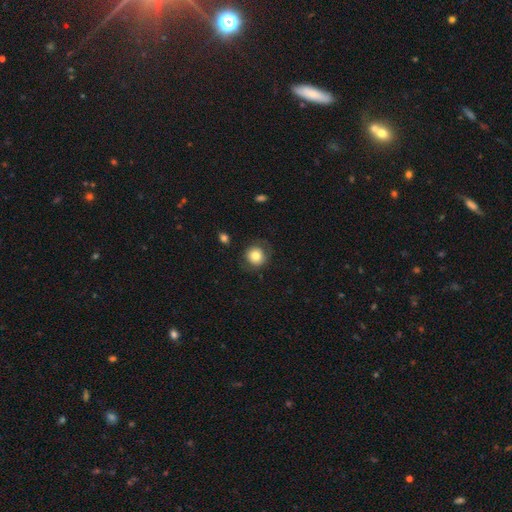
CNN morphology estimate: The model was most divided on "merging": none: 78%, minor disturbance: 14%, major disturbance: 7%, merger: 2%. More confident: how rounded — round (89%); smooth or featured — smooth (77%).